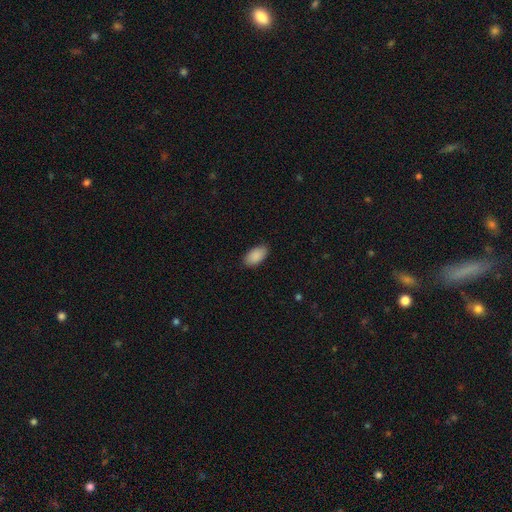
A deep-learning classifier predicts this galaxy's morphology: type=smooth (90%); roundness=in between (95%); merging=none (86%).